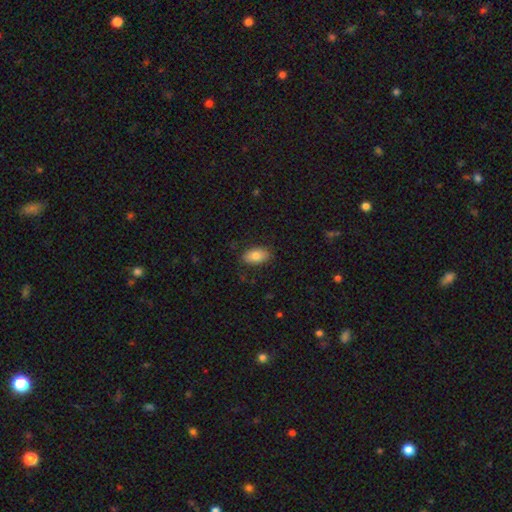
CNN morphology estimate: This is clearly a smooth galaxy (82%). How rounded: clearly in between (92%). Merging: clearly none (84%).